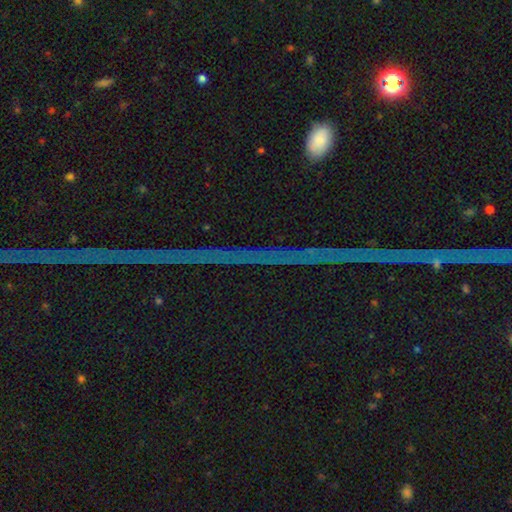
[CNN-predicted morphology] Q: Smooth or featured?
A: star or artifact (84%); runner-up: featured or disk (9%)